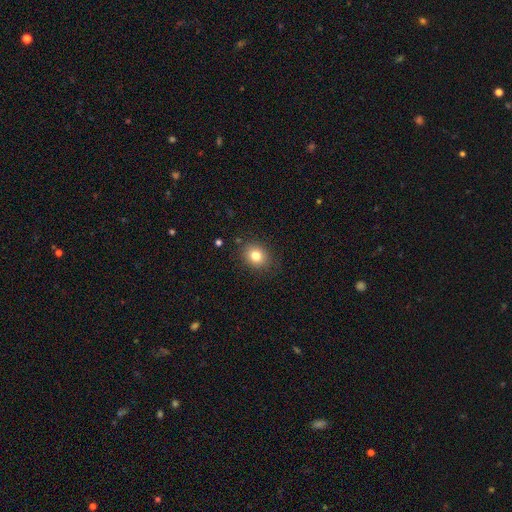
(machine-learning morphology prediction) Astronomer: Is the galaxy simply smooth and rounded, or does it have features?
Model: smooth — 80%.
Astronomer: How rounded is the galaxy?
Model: round — 59% (runner-up: in between, 41%).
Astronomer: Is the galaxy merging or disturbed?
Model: none — 86%.